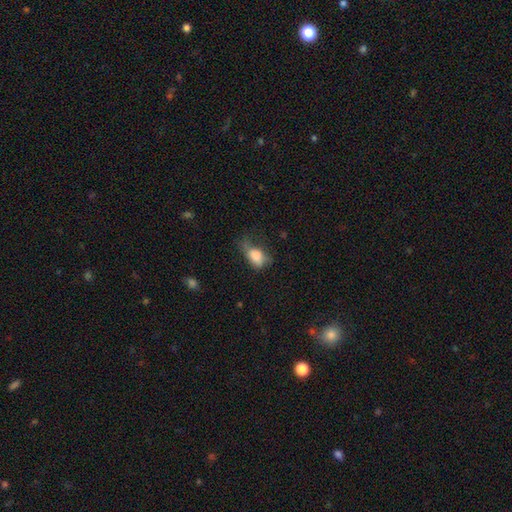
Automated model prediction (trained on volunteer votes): smooth 78%, featured or disk 14%, star or artifact 8%. Down the decision tree: how rounded — in between (86%); merging — major disturbance (38%).